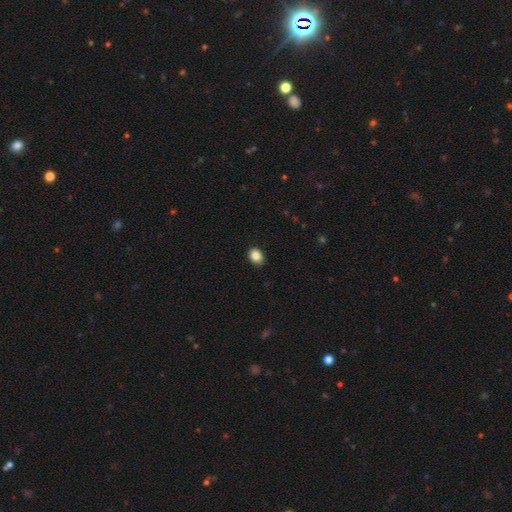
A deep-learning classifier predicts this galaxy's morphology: Smooth or featured?
  - smooth: 87% *
  - star or artifact: 9%
  - featured or disk: 4%
How rounded?
  - in between: 63% *
  - round: 36%
  - cigar-shaped: 1%
Merging?
  - none: 89% *
  - minor disturbance: 8%
  - major disturbance: 2%
  - merger: 1%